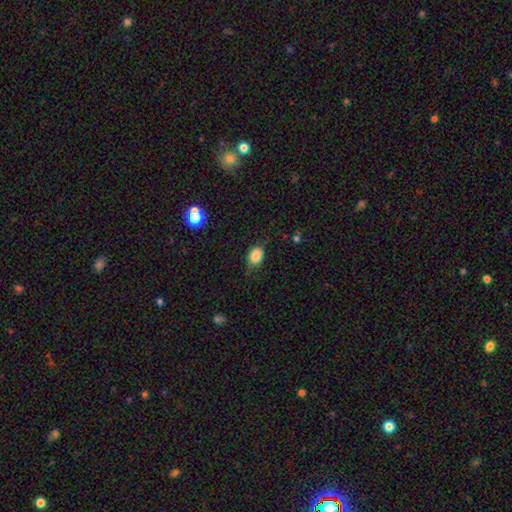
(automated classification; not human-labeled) Smooth or featured?
  - smooth: 83% *
  - star or artifact: 9%
  - featured or disk: 8%
How rounded?
  - in between: 67% *
  - round: 32%
  - cigar-shaped: 2%
Merging?
  - none: 68% *
  - minor disturbance: 24%
  - major disturbance: 7%
  - merger: 2%